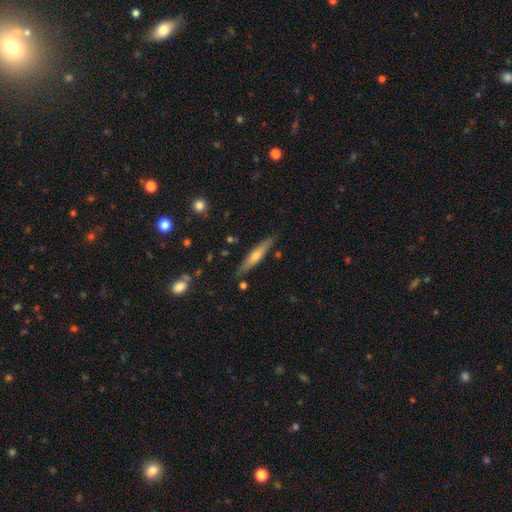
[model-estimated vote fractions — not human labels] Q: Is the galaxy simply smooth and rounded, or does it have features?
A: featured or disk — 54%.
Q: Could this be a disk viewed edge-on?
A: yes — 95%.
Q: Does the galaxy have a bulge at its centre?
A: rounded — 78%.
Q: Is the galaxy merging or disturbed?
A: none — 86%.